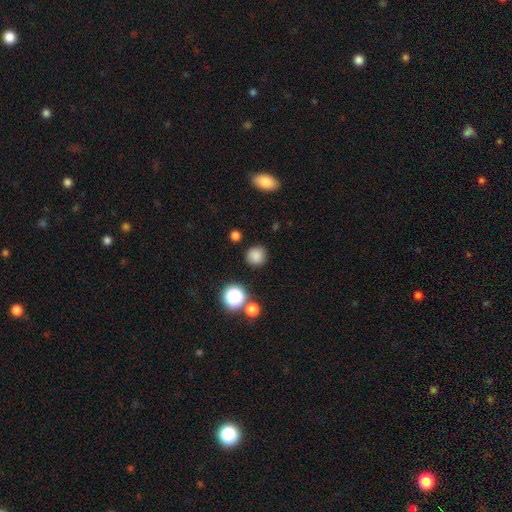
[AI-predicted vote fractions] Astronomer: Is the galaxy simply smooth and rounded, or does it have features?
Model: smooth — 82%.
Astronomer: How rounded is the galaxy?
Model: round — 91%.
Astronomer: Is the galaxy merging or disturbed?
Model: none — 85%.